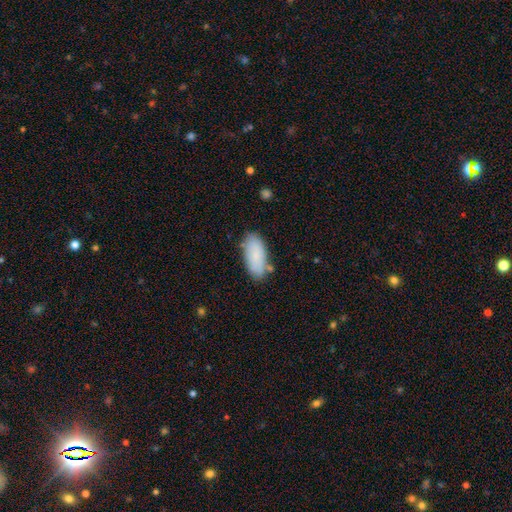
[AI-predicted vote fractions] A smooth galaxy with no disk features (82%) that is in between round and cigar-shaped (90%). Merging: none (75%).